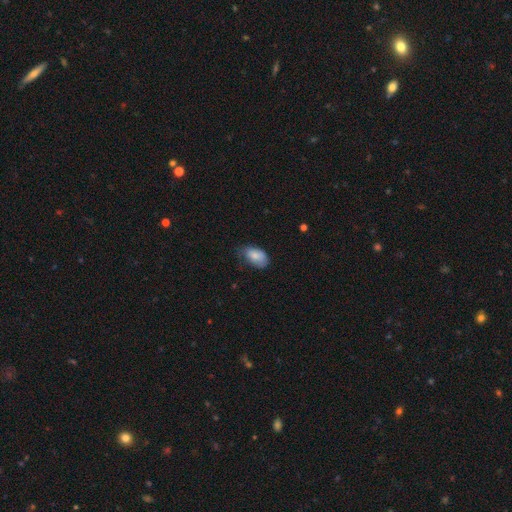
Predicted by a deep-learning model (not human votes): Overall: smooth (81%). How rounded: in between (92%). Merging: none (50%; minor disturbance 38%).